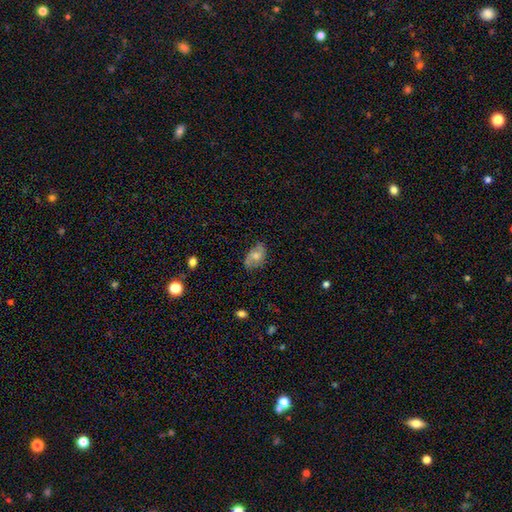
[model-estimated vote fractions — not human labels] smooth_or_featured: featured or disk (p=0.44) [tied with: smooth p=0.44]
merging: none (p=0.75) [alt: minor disturbance p=0.19]